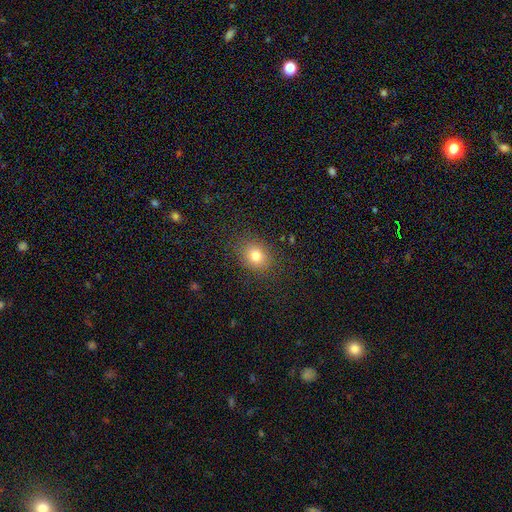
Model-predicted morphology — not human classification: The model was most divided on "how rounded": round: 52%, in between: 47%, cigar-shaped: 1%. More confident: merging — none (85%); smooth or featured — smooth (79%).